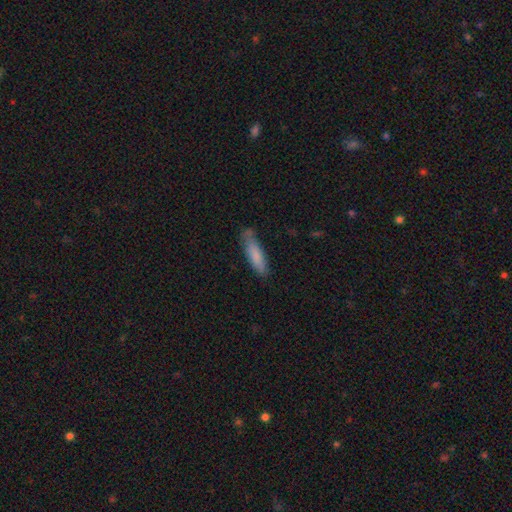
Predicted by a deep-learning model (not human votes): Smooth or featured: smooth — 81% (featured or disk — 13%)
How rounded: cigar-shaped — 69% (in between — 29%)
Merging: none — 66% (minor disturbance — 25%)